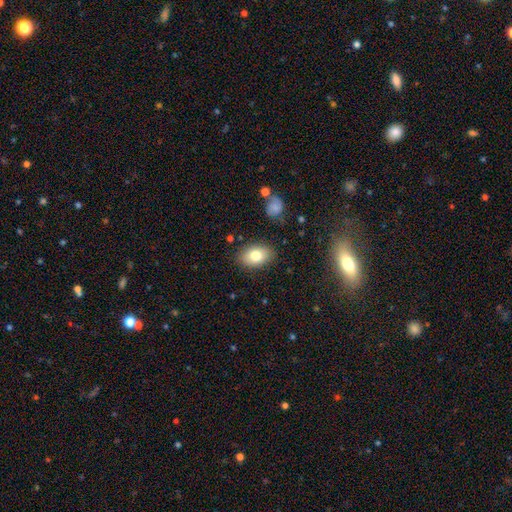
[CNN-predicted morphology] type=smooth (79%); roundness=in between (86%); merging=none (84%).